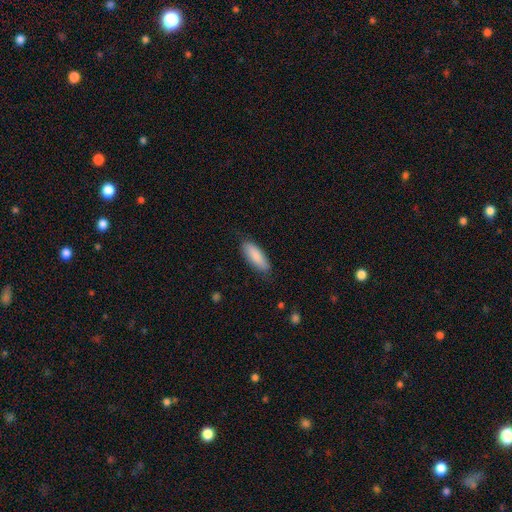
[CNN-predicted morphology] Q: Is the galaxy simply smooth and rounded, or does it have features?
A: smooth — 88%.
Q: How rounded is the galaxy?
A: in between — 63%.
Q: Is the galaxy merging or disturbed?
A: none — 82%.